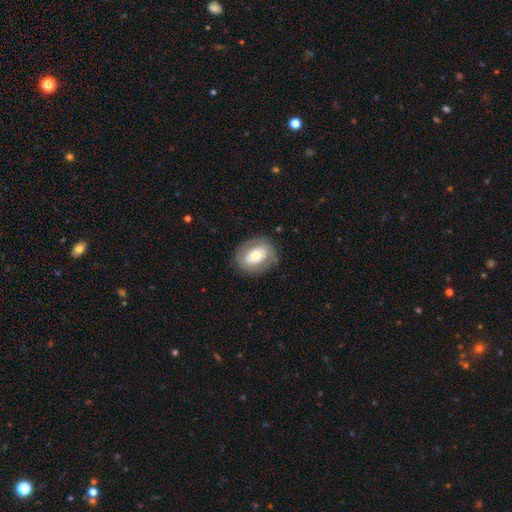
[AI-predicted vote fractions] This is likely a smooth galaxy (61%). How rounded: likely in between (65%). Merging: likely none (79%).